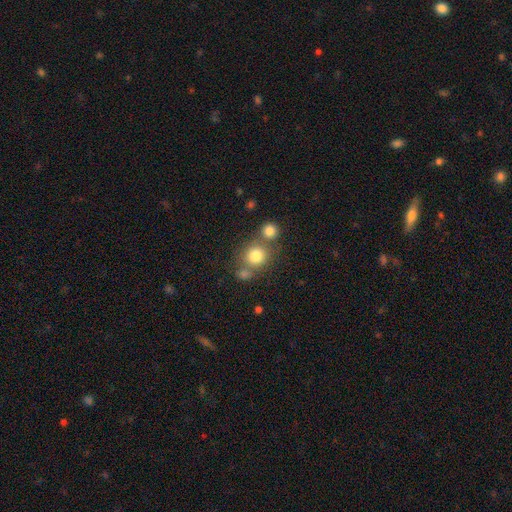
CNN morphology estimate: Overall: smooth (79%). How rounded: round (84%). Merging: none (57%; merger 29%).